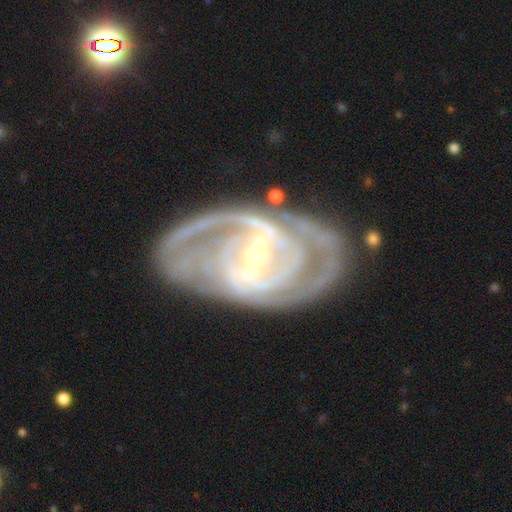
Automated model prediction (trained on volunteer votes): smooth_or_featured: featured or disk (p=0.91) [alt: star or artifact p=0.05]
disk_edge_on: no (p=0.96) [alt: yes p=0.04]
bar: strong (p=0.59) [alt: weak p=0.31]
has_spiral_arms: yes (p=0.97) [alt: no p=0.03]
spiral_winding: tight (p=0.54) [alt: medium p=0.38]
spiral_arm_count: 2 (p=0.48) [alt: 3 p=0.19]
bulge_size: small (p=0.74) [alt: moderate p=0.23]
merging: none (p=0.73) [alt: minor disturbance p=0.17]